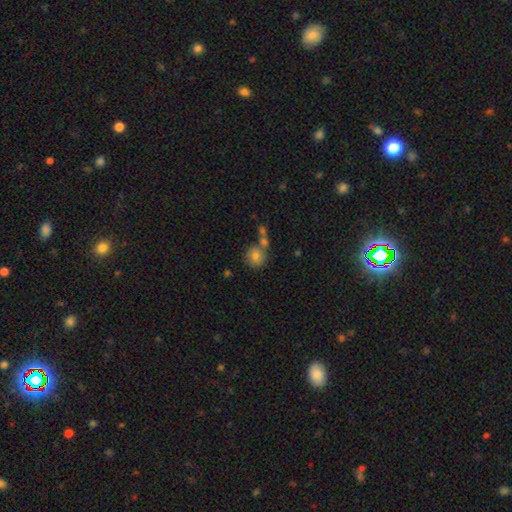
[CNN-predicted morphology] A smooth galaxy with no disk features (78%) that is round (85%). Merging: none (56%).